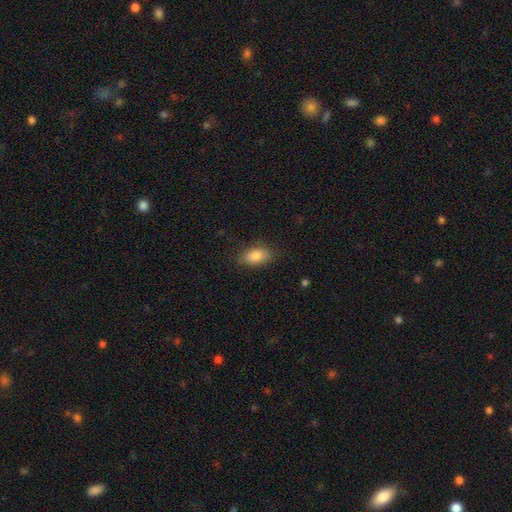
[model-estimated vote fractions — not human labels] Morphology: type=smooth (86%); roundness=in between (90%); merging=none (82%).